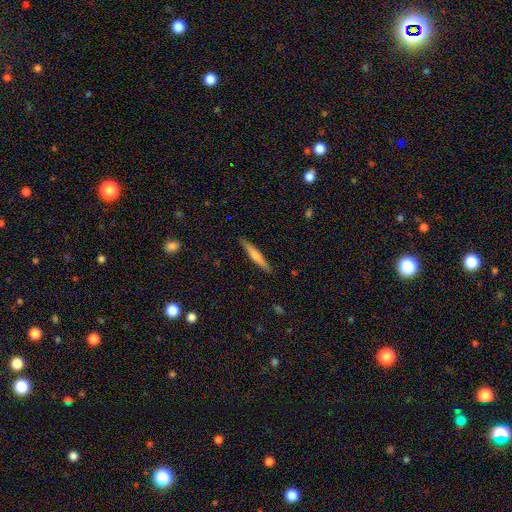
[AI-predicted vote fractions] Smooth or featured? smooth (59%)
How rounded? cigar-shaped (93%)
Merging? none (88%)